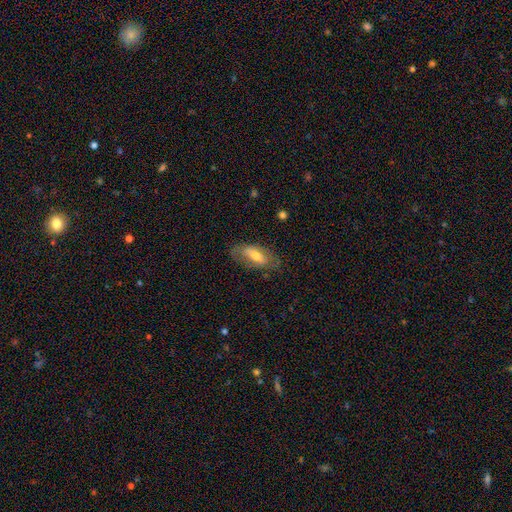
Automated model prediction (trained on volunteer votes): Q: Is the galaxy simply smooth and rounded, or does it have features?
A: featured or disk — 47%.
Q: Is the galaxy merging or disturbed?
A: none — 72%.